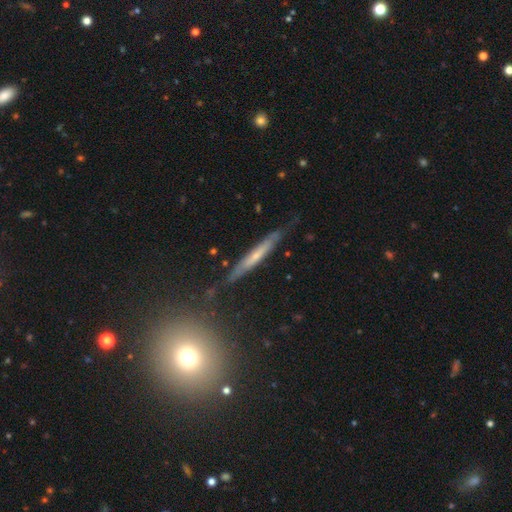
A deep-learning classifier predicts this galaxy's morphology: type=featured or disk (52%); edge-on=yes (87%); merging=none (75%).